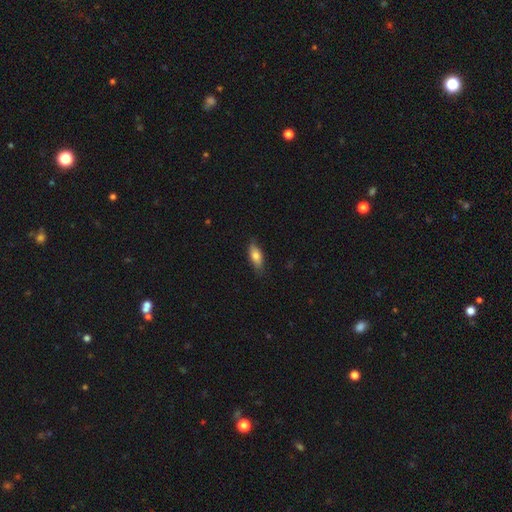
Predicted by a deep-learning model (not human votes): smooth-or-featured: smooth: 74% | featured or disk: 19% | star or artifact: 7%
  how-rounded: in between: 72% | cigar-shaped: 25% | round: 3%
  merging: none: 80% | minor disturbance: 16% | major disturbance: 3% | merger: 1%